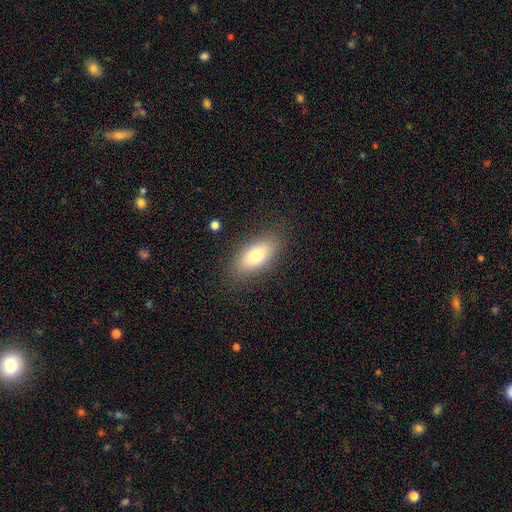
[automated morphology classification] The model was most divided on "smooth or featured": smooth: 75%, featured or disk: 17%, star or artifact: 8%. More confident: how rounded — in between (86%); merging — none (84%).